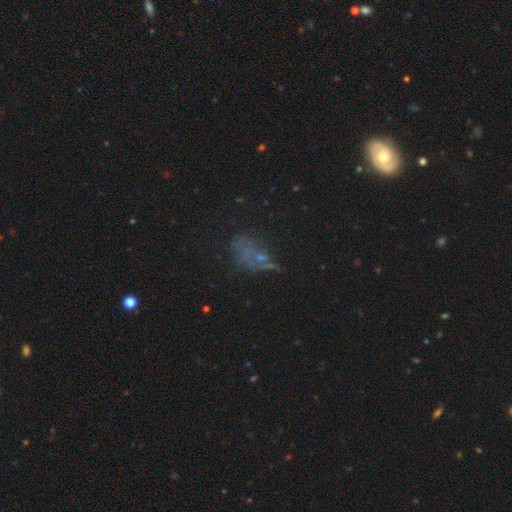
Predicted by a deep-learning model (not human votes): Smooth or featured? smooth (35%)
Merging? none (40%)